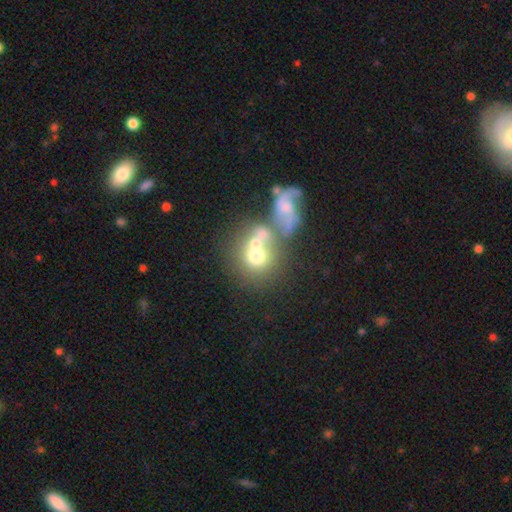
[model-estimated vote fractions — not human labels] smooth 53%, featured or disk 33%, star or artifact 14%. Down the decision tree: how rounded — round (71%); merging — merger (55%).